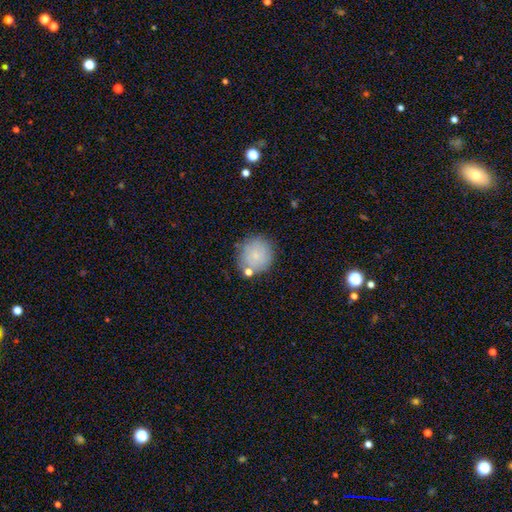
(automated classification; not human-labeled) Q: Smooth or featured?
A: smooth (76%); runner-up: featured or disk (15%)
Q: How rounded?
A: round (89%); runner-up: in between (10%)
Q: Merging?
A: none (72%); runner-up: minor disturbance (15%)